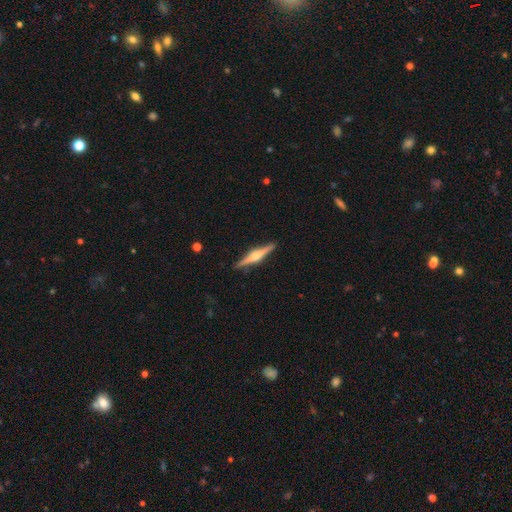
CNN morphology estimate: This is likely a featured or disk galaxy (73%). It is clearly viewed edge-on (98%). Edge-on bulge: clearly rounded (83%). Merging: clearly none (91%).